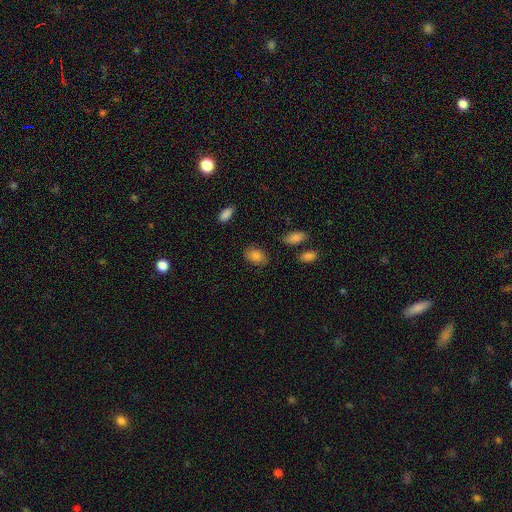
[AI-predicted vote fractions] Overall: smooth (84%). How rounded: in between (84%). Merging: none (82%).